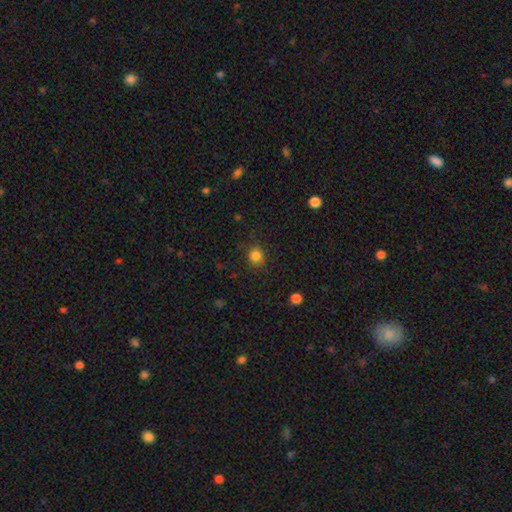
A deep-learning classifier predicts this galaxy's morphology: Smooth or featured? Predicted: smooth (p=0.83). How rounded? Predicted: round (p=0.85). Merging? Predicted: none (p=0.84).